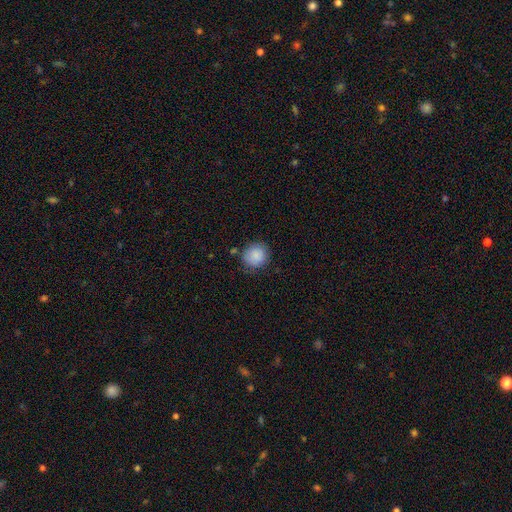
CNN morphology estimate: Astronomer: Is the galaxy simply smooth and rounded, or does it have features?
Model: smooth — 88%.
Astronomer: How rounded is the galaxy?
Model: round — 86%.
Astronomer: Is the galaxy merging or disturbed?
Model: none — 78%.